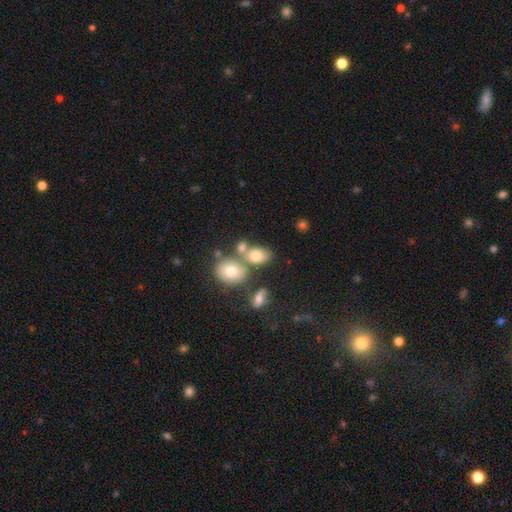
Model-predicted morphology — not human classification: A smooth galaxy with no disk features (74%) that is in between round and cigar-shaped (70%). Merging: none (44%).